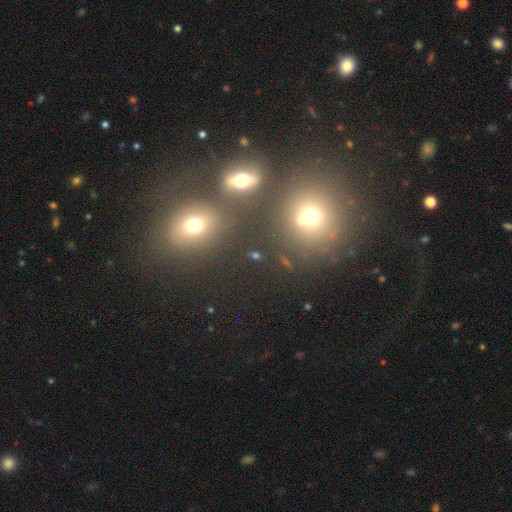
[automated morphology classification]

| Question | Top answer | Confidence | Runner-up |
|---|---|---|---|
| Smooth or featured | smooth | 55% | star or artifact (30%) |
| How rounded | round | 68% | in between (30%) |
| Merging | none | 62% | merger (22%) |